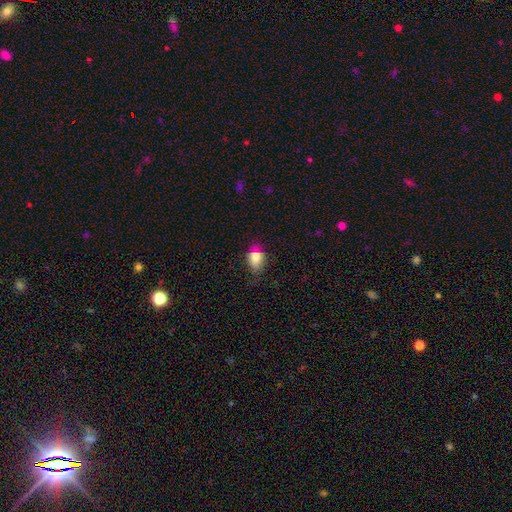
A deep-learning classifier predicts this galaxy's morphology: smooth 81%, star or artifact 11%, featured or disk 9%. Down the decision tree: how rounded — in between (77%); merging — none (67%).